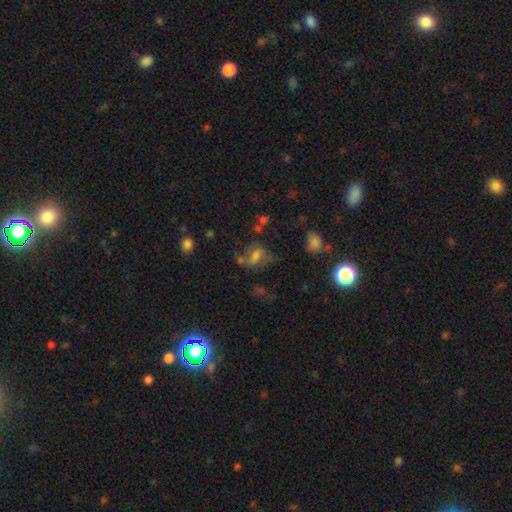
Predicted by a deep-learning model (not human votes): smooth_or_featured: smooth (p=0.46) [alt: featured or disk p=0.35]
merging: none (p=0.42) [alt: major disturbance p=0.25]